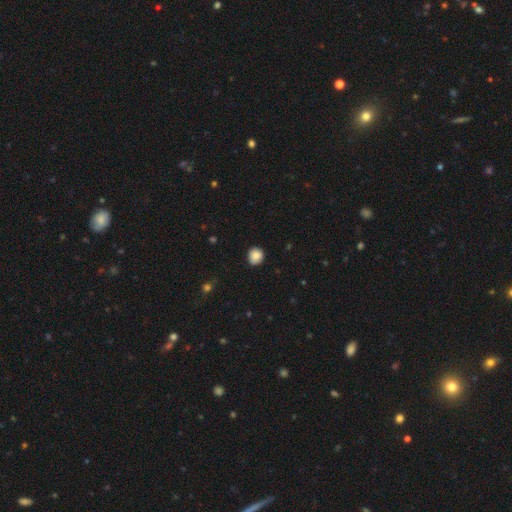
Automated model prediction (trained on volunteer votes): smooth_or_featured: smooth (p=0.87) [alt: star or artifact p=0.09]
how_rounded: round (p=0.87) [alt: in between p=0.12]
merging: none (p=0.86) [alt: minor disturbance p=0.11]